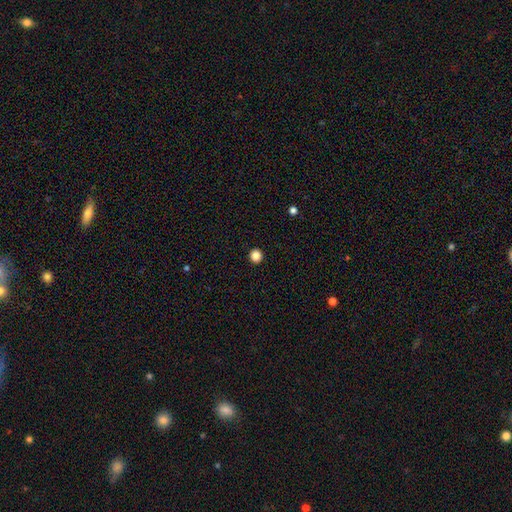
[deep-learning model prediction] Morphology: type=smooth (86%); roundness=round (93%); merging=none (94%).